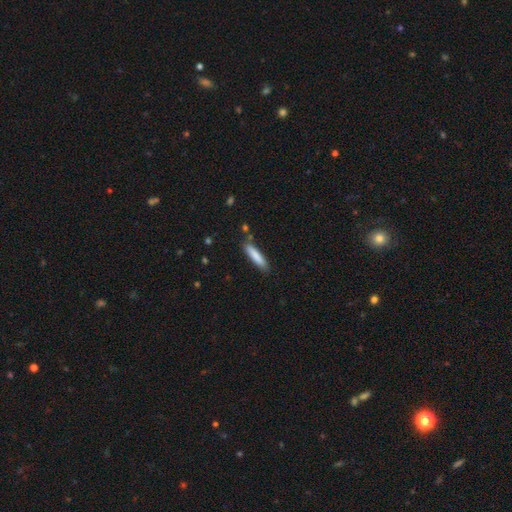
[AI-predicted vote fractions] smooth 83%, featured or disk 11%, star or artifact 6%. Down the decision tree: how rounded — cigar-shaped (84%); merging — none (84%).